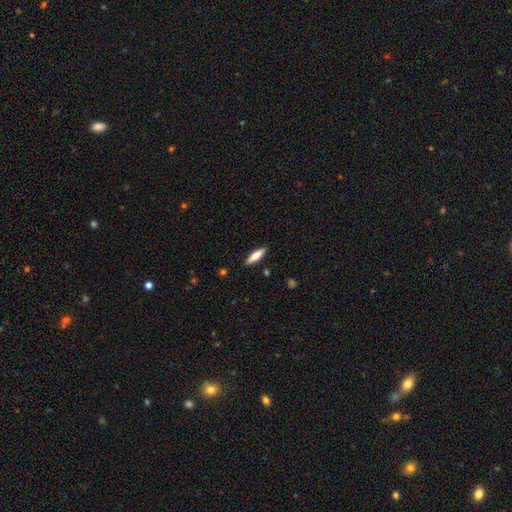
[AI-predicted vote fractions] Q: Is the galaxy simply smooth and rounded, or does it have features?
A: smooth — 66%.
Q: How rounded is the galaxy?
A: cigar-shaped — 69%.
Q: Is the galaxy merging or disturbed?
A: none — 89%.